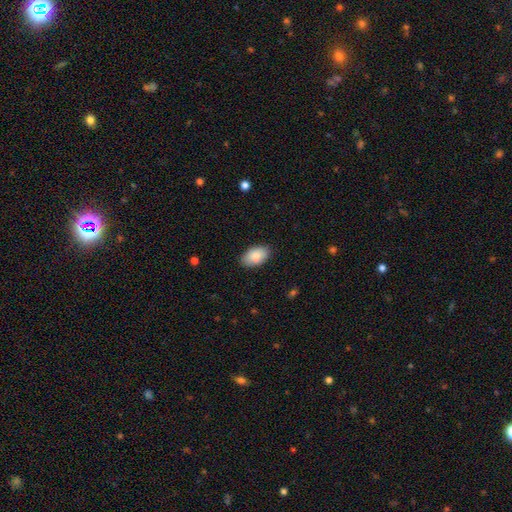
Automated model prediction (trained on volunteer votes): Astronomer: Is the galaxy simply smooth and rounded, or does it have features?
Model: smooth — 87%.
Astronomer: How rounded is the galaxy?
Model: in between — 94%.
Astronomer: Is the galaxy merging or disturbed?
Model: none — 86%.